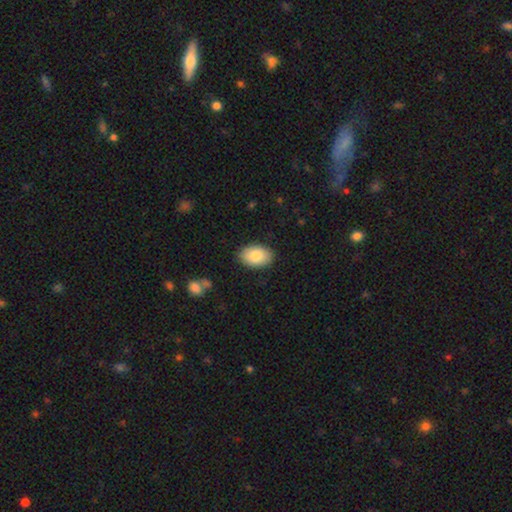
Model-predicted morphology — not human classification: smooth_or_featured: smooth (p=0.84) [alt: featured or disk p=0.09]
how_rounded: in between (p=0.90) [alt: round p=0.09]
merging: none (p=0.86) [alt: minor disturbance p=0.10]